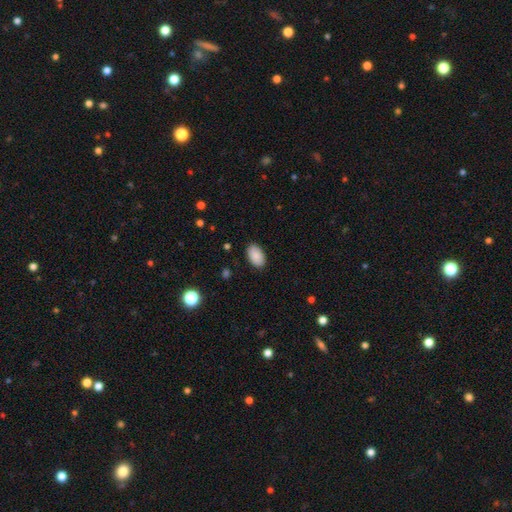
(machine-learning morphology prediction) Smooth or featured?
  - smooth: 89% *
  - star or artifact: 7%
  - featured or disk: 4%
How rounded?
  - in between: 93% *
  - round: 5%
  - cigar-shaped: 1%
Merging?
  - none: 88% *
  - minor disturbance: 9%
  - major disturbance: 2%
  - merger: 1%